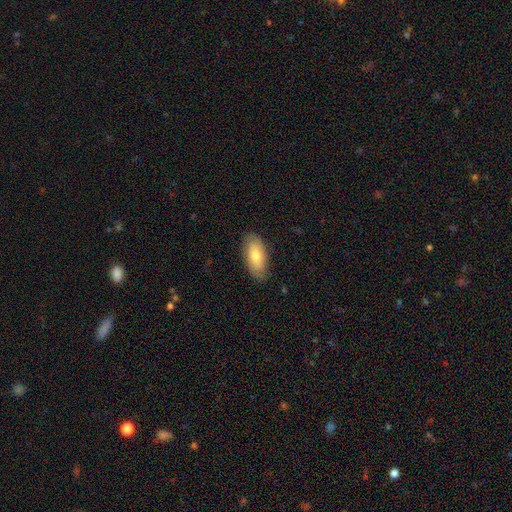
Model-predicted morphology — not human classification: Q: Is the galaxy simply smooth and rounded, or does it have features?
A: smooth — 69%.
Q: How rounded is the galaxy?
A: in between — 89%.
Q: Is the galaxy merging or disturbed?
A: none — 84%.